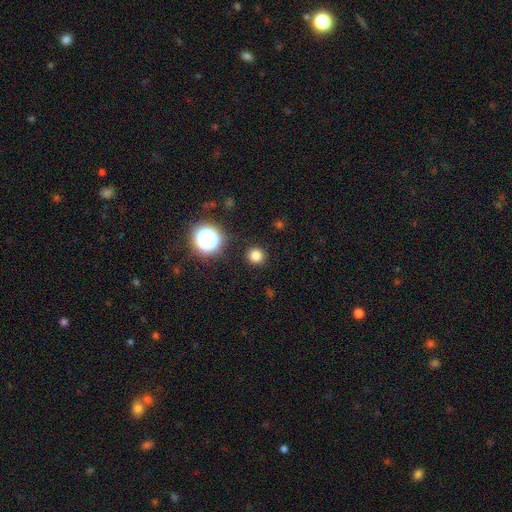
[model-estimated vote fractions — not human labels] The model was most divided on "smooth or featured": smooth: 79%, star or artifact: 16%, featured or disk: 5%. More confident: how rounded — round (94%); merging — none (91%).